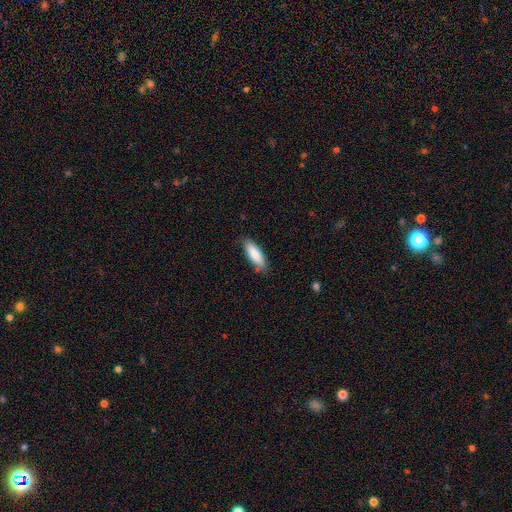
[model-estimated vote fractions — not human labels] Smooth or featured? smooth (83%)
How rounded? in between (56%)
Merging? none (83%)